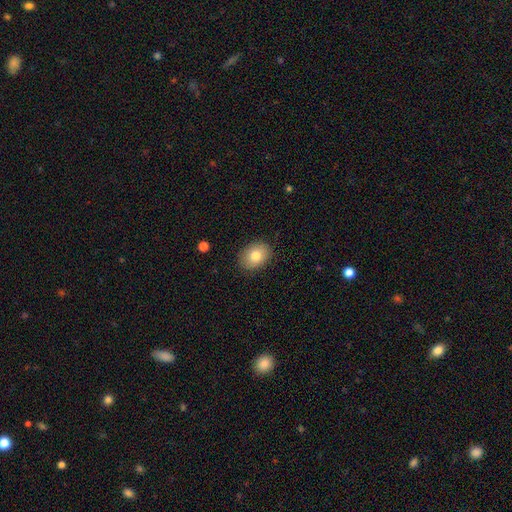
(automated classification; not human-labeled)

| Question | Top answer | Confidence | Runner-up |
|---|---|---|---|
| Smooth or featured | smooth | 80% | featured or disk (12%) |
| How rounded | in between | 68% | round (31%) |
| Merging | none | 87% | minor disturbance (10%) |